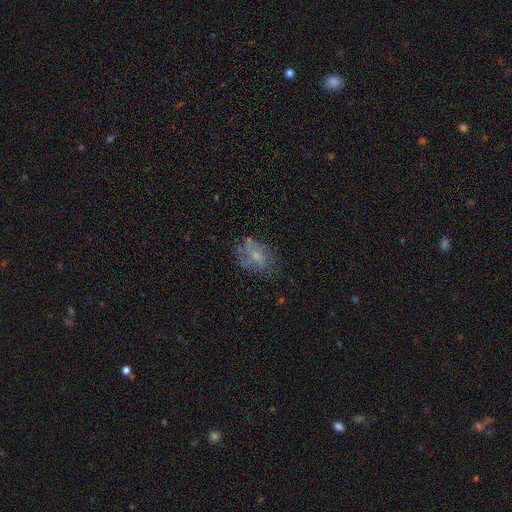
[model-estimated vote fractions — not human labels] A smooth galaxy with no disk features (48%).

Vote fractions:
- Smooth or featured? smooth: 48% / featured or disk: 42% / star or artifact: 10%
- Merging? none: 56% / minor disturbance: 25% / major disturbance: 15% / merger: 3%